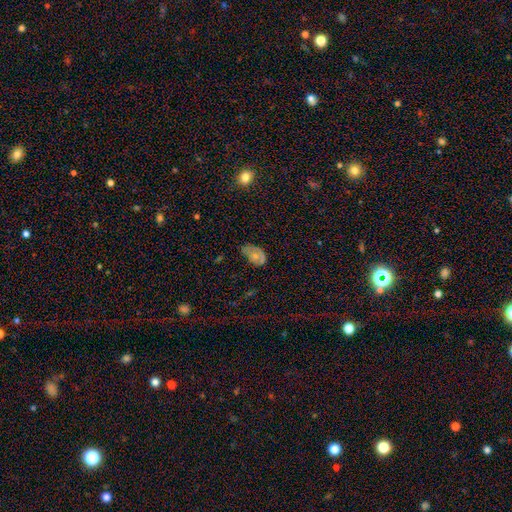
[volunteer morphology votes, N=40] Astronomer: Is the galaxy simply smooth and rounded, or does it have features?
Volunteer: smooth — 55% (runner-up: featured or disk, 38%).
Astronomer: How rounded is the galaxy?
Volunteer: in between — 86%.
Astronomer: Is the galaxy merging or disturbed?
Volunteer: major disturbance — 49% (runner-up: minor disturbance, 27%).